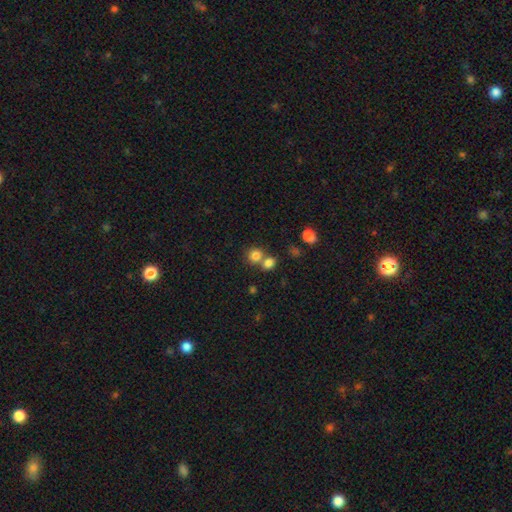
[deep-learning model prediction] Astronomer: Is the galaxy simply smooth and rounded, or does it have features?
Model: smooth — 80%.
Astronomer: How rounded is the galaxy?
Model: round — 83%.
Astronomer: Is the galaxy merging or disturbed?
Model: none — 50% (runner-up: merger, 40%).